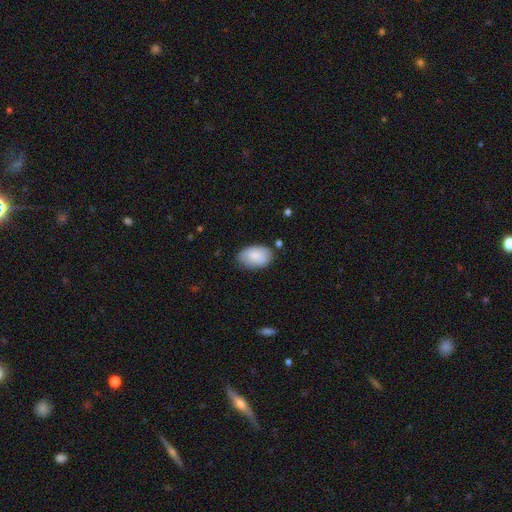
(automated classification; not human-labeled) Smooth or featured? smooth (84%)
How rounded? in between (91%)
Merging? none (77%)